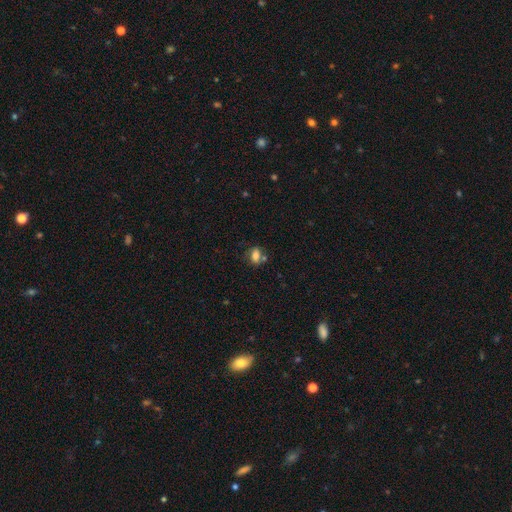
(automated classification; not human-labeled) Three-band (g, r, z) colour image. It shows a smooth galaxy with no disk features (75%) that is in between round and cigar-shaped (74%). Merging: none (59%).